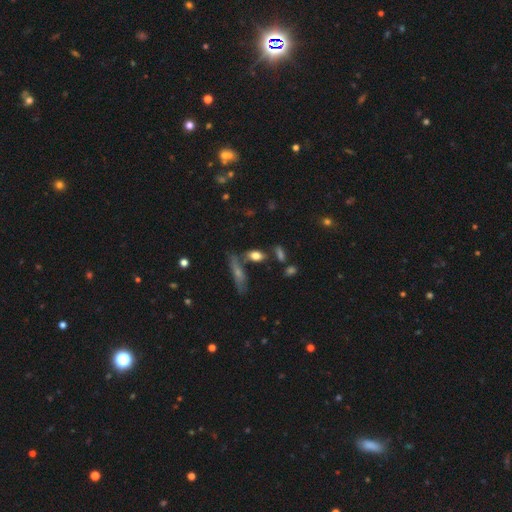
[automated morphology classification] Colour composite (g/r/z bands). It shows a smooth galaxy with no disk features (69%) that is in between round and cigar-shaped (73%). Merging: none (62%).